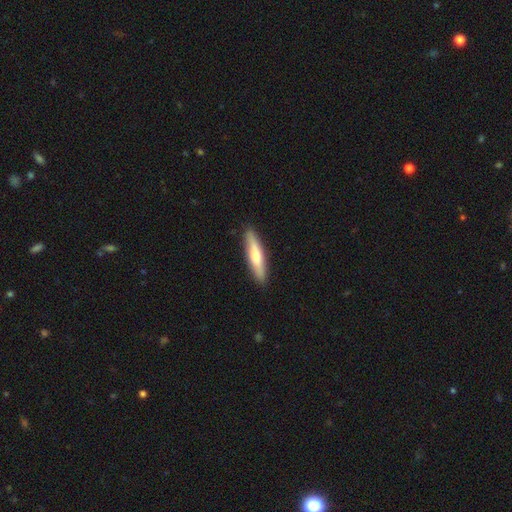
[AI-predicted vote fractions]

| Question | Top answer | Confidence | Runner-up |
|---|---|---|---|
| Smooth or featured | smooth | 66% | featured or disk (29%) |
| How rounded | cigar-shaped | 85% | in between (14%) |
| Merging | none | 89% | minor disturbance (8%) |